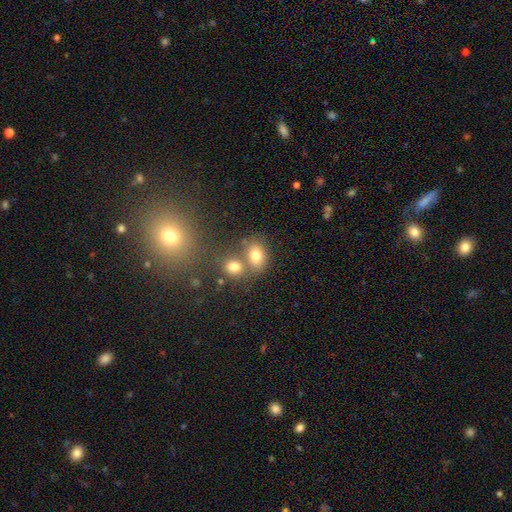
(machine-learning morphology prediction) The model was most divided on "merging": none: 51%, merger: 33%, minor disturbance: 11%, major disturbance: 5%. More confident: smooth or featured — smooth (76%); how rounded — in between (68%).